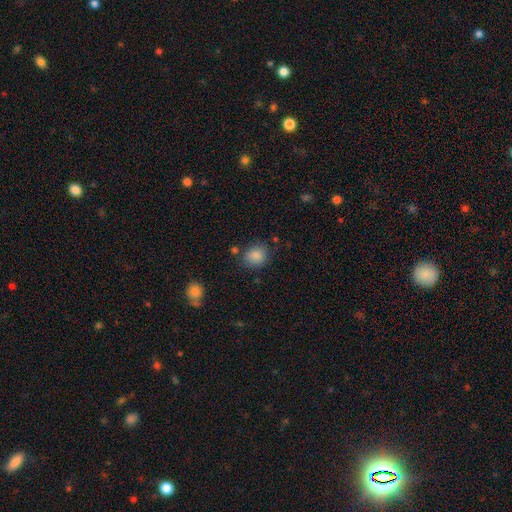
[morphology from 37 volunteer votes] smooth 92%, star or artifact 5%, featured or disk 3%. Down the decision tree: how rounded — round (79%); merging — none (77%).